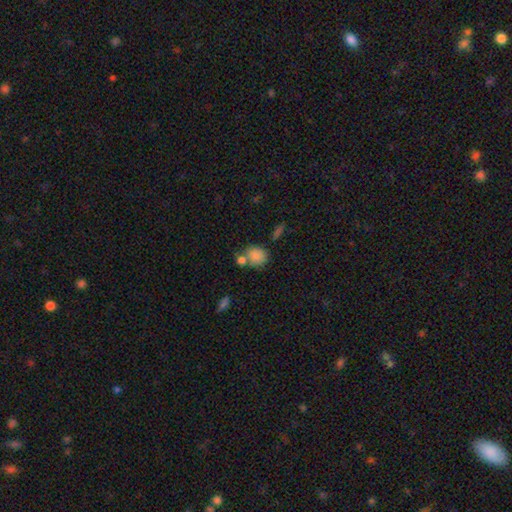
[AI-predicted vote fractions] The model was most divided on "merging": none: 51%, merger: 29%, minor disturbance: 15%, major disturbance: 6%. More confident: smooth or featured — smooth (83%); how rounded — round (64%).